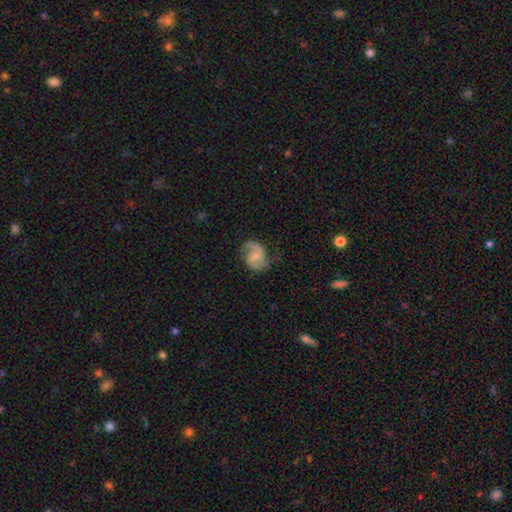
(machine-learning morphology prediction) Smooth or featured?
  - featured or disk: 82% *
  - smooth: 13%
  - star or artifact: 6%
Edge-on disk?
  - no: 98% *
  - yes: 2%
Bar?
  - weak: 49% *
  - no: 41%
  - strong: 11%
Spiral arms?
  - yes: 96% *
  - no: 4%
Spiral winding?
  - medium: 53% *
  - loose: 32%
  - tight: 16%
Spiral arm count?
  - 2: 90% *
  - 1: 4%
  - can't tell: 3%
  - 3: 1%
  - 4: 1%
  - more than 4: 1%
Bulge size?
  - small: 49% *
  - moderate: 25%
  - none: 22%
  - large: 2%
  - dominant: 1%
Merging?
  - none: 73% *
  - minor disturbance: 18%
  - major disturbance: 8%
  - merger: 1%